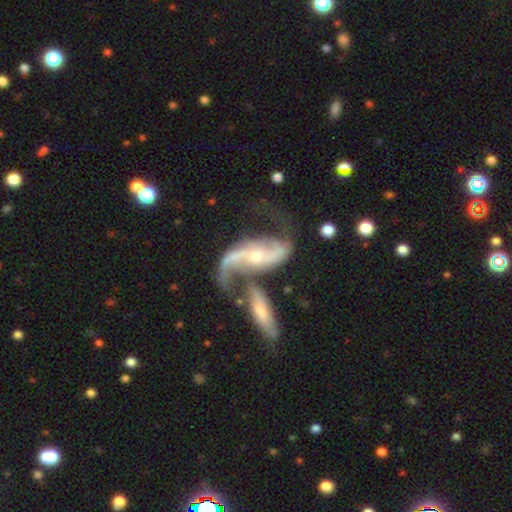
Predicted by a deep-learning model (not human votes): Smooth or featured? featured or disk (87%)
Edge-on disk? no (94%)
Bar? no (43%)
Spiral arms? yes (94%)
Spiral winding? loose (72%)
Spiral arm count? 2 (88%)
Bulge size? small (48%)
Merging? merger (44%)